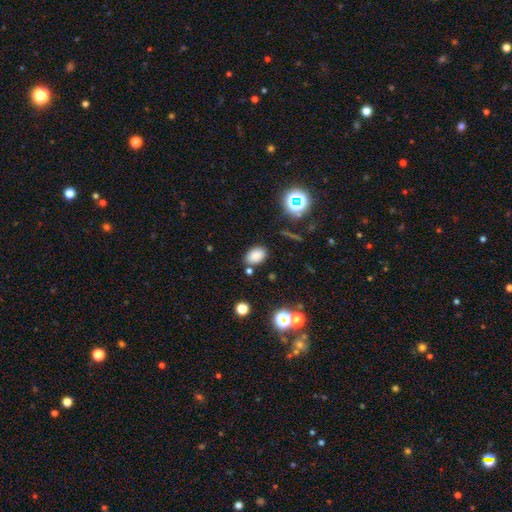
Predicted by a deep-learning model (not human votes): Smooth or featured? Predicted: smooth (p=0.82). How rounded? Predicted: in between (p=0.83). Merging? Predicted: none (p=0.80).